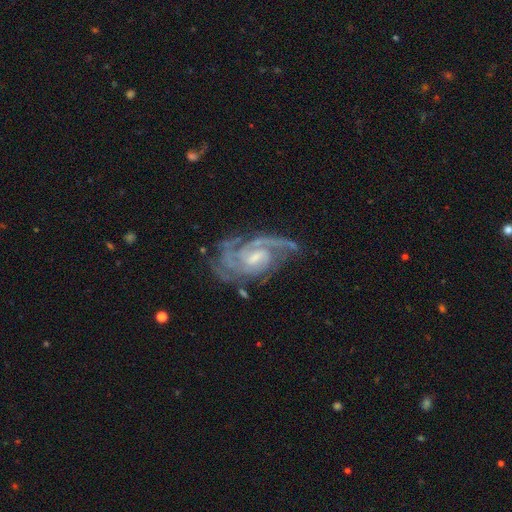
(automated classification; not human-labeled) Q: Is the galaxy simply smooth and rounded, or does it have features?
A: featured or disk — 91%.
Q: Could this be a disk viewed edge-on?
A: no — 97%.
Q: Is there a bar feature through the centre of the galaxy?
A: weak — 52%.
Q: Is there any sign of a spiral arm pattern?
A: yes — 98%.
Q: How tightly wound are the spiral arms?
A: tight — 56%.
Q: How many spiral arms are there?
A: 2 — 36%.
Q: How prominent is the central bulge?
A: small — 50%.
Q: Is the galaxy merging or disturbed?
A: none — 65%.